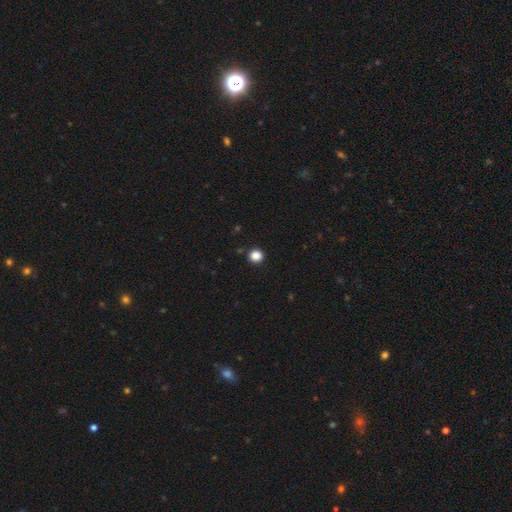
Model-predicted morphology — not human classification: Smooth or featured? Predicted: smooth (p=0.86). How rounded? Predicted: round (p=0.90). Merging? Predicted: none (p=0.91).